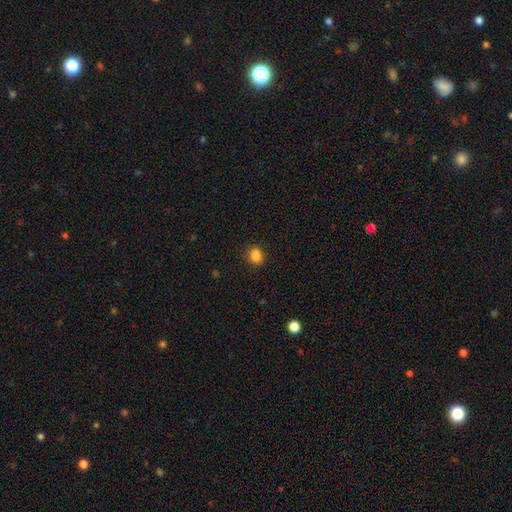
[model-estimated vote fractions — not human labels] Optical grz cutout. It shows a smooth galaxy with no disk features (85%) that is round (55%). Merging: none (86%).